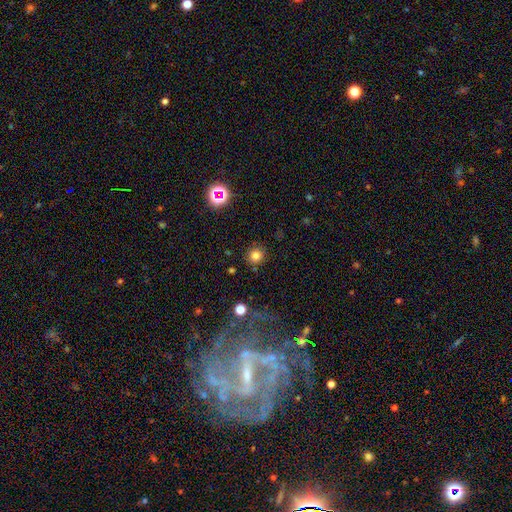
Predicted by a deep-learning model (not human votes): smooth_or_featured: smooth (p=0.79) [alt: star or artifact p=0.15]
how_rounded: round (p=0.94) [alt: in between p=0.06]
merging: none (p=0.88) [alt: minor disturbance p=0.07]